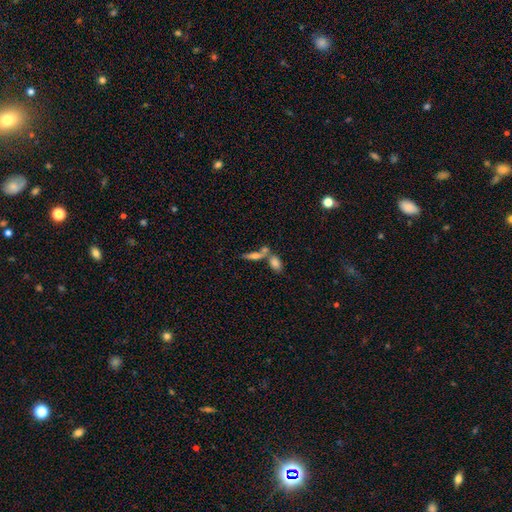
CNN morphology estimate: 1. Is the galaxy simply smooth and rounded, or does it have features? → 51% smooth, 32% featured or disk, 17% star or artifact.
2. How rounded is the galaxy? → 48% in between, 42% cigar-shaped, 10% round.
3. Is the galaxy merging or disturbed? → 44% none, 42% merger, 9% minor disturbance, 5% major disturbance.